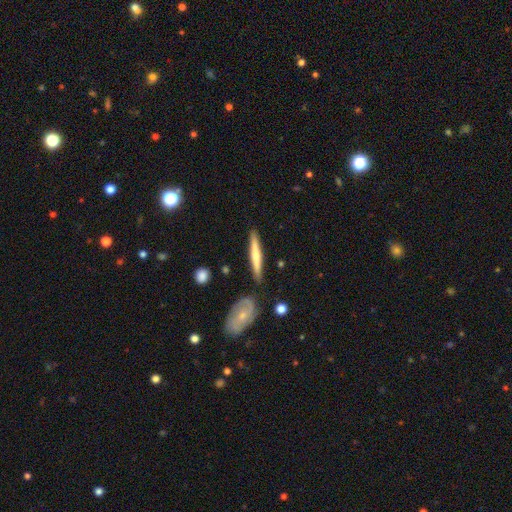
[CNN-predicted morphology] Smooth or featured: featured or disk — 50% (smooth — 45%)
Merging: none — 86% (minor disturbance — 9%)